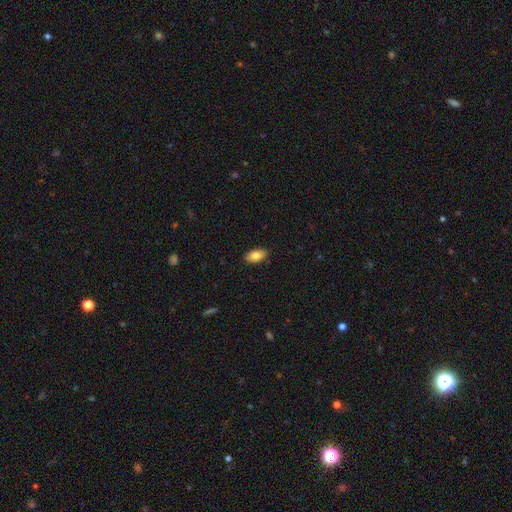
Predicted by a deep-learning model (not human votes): Smooth or featured: smooth — 81% (featured or disk — 13%)
How rounded: in between — 91% (cigar-shaped — 5%)
Merging: none — 88% (minor disturbance — 9%)